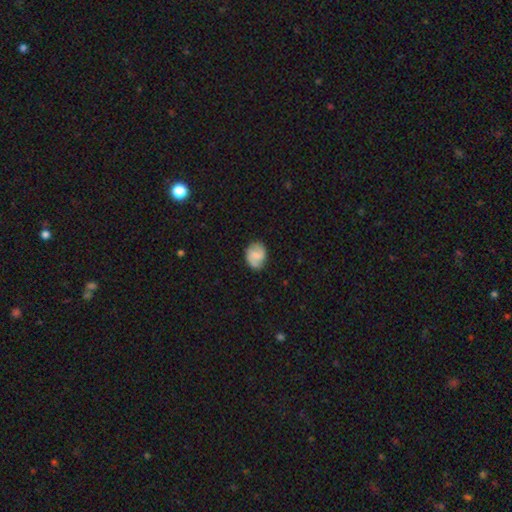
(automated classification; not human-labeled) A smooth galaxy with no disk features (56%) that is in between round and cigar-shaped (52%).

Vote fractions:
- Smooth or featured? smooth: 56% / featured or disk: 35% / star or artifact: 8%
- How rounded? in between: 52% / round: 47% / cigar-shaped: 1%
- Merging? none: 72% / minor disturbance: 21% / major disturbance: 5% / merger: 2%